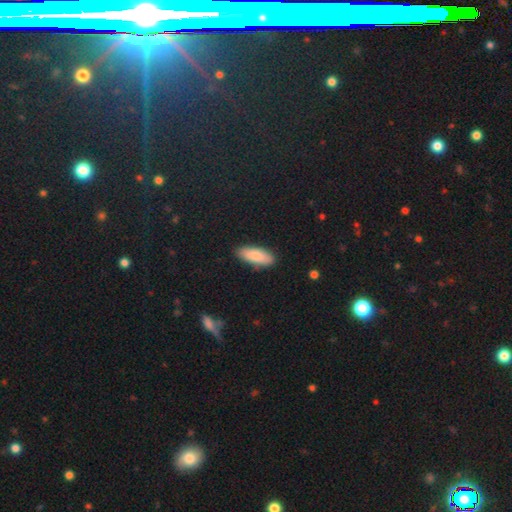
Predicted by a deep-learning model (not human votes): Morphology: type=smooth (86%); roundness=in between (72%); merging=none (87%).